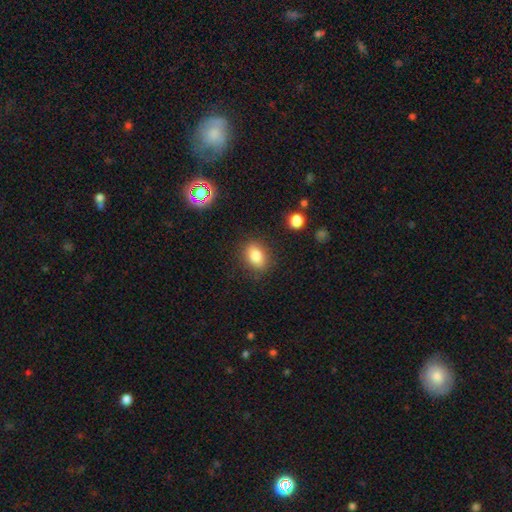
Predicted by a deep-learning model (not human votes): Smooth or featured? smooth (82%)
How rounded? in between (73%)
Merging? none (84%)